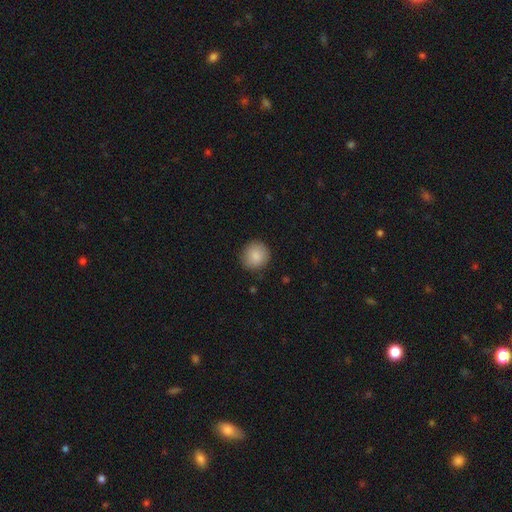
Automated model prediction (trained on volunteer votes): The model was most divided on "merging": none: 87%, minor disturbance: 10%, major disturbance: 2%, merger: 1%. More confident: how rounded — round (91%); smooth or featured — smooth (87%).